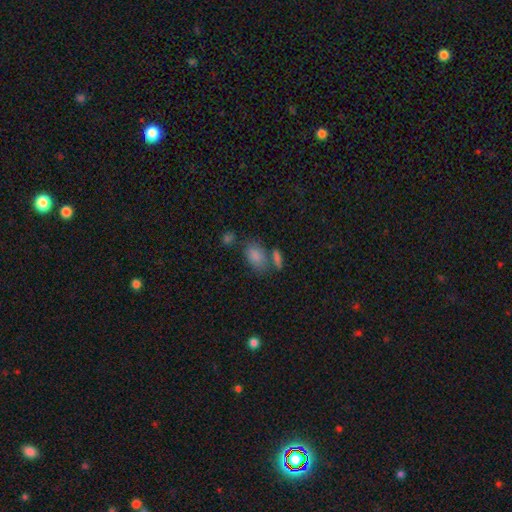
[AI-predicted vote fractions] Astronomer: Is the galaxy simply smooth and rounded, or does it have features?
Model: smooth — 79%.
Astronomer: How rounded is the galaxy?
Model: in between — 86%.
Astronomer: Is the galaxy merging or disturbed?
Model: none — 58%.